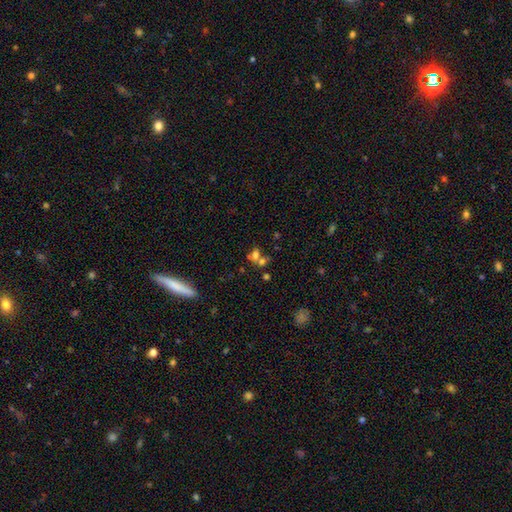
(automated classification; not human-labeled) Smooth or featured? Predicted: smooth (p=0.58). How rounded? Predicted: in between (p=0.52). Merging? Predicted: merger (p=0.51).